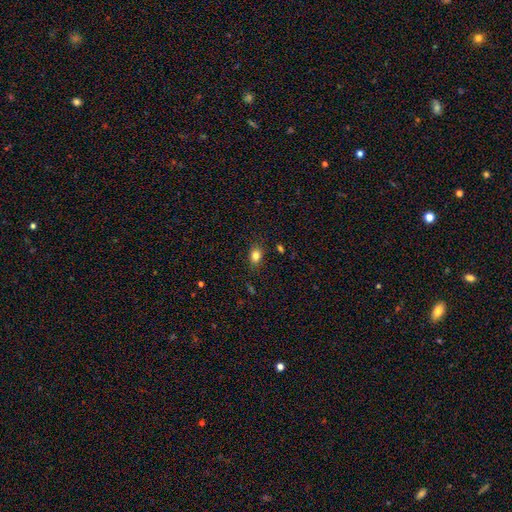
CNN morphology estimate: This appears to be a smooth galaxy with no disk features (81%) that is in between round and cigar-shaped (66%). Merging: none (85%).